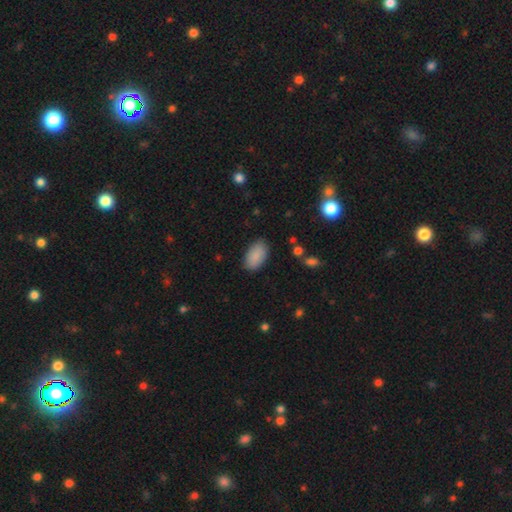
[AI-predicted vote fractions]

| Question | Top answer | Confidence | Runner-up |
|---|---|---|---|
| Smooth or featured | smooth | 89% | star or artifact (6%) |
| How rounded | in between | 94% | round (4%) |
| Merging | none | 85% | minor disturbance (11%) |